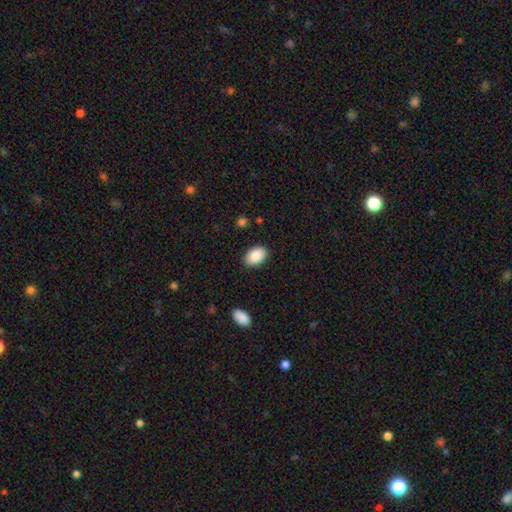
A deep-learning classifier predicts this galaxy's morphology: A smooth galaxy with no disk features (89%) that is in between round and cigar-shaped (91%).

Vote fractions:
- Smooth or featured? smooth: 89% / star or artifact: 7% / featured or disk: 5%
- How rounded? in between: 91% / round: 8% / cigar-shaped: 1%
- Merging? none: 87% / minor disturbance: 9% / major disturbance: 2% / merger: 1%